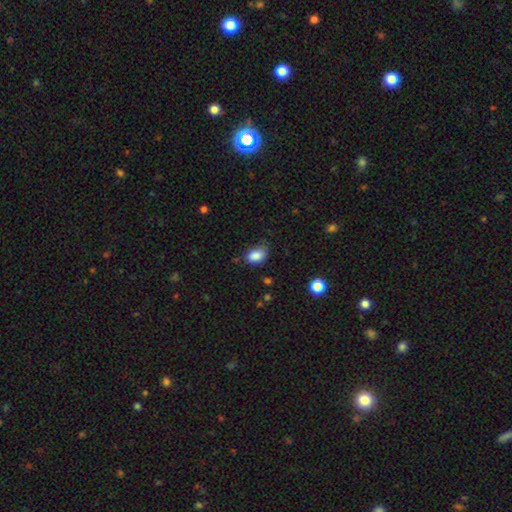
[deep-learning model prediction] A smooth galaxy with no disk features (86%) that is in between round and cigar-shaped (83%).

Vote fractions:
- Smooth or featured? smooth: 86% / star or artifact: 9% / featured or disk: 5%
- How rounded? in between: 83% / round: 15% / cigar-shaped: 1%
- Merging? none: 64% / minor disturbance: 28% / major disturbance: 6% / merger: 2%